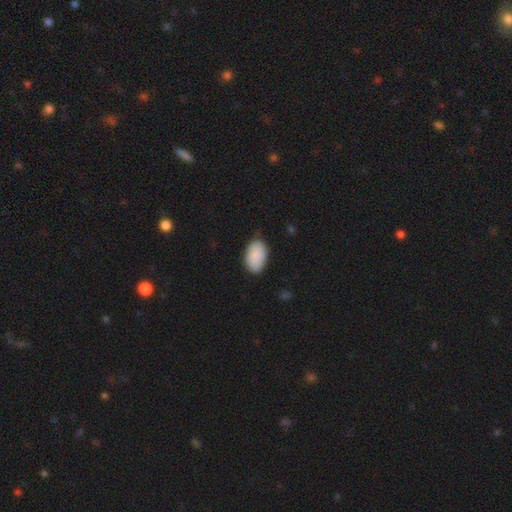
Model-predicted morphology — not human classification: smooth_or_featured: smooth (p=0.88) [alt: featured or disk p=0.06]
how_rounded: in between (p=0.93) [alt: round p=0.06]
merging: none (p=0.82) [alt: minor disturbance p=0.15]